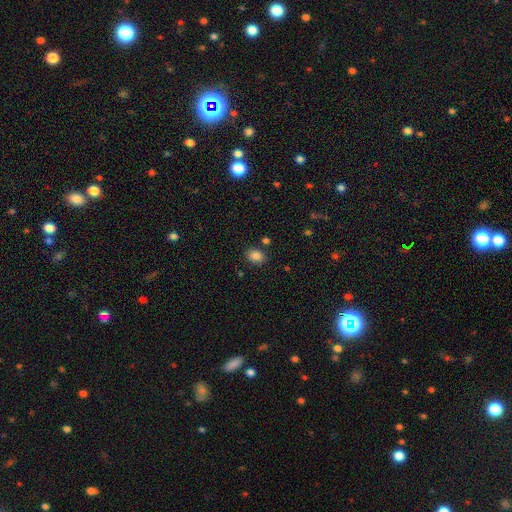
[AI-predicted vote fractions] smooth-or-featured: smooth: 85% | star or artifact: 11% | featured or disk: 4%
  how-rounded: in between: 60% | round: 39% | cigar-shaped: 1%
  merging: none: 82% | minor disturbance: 10% | merger: 4% | major disturbance: 3%